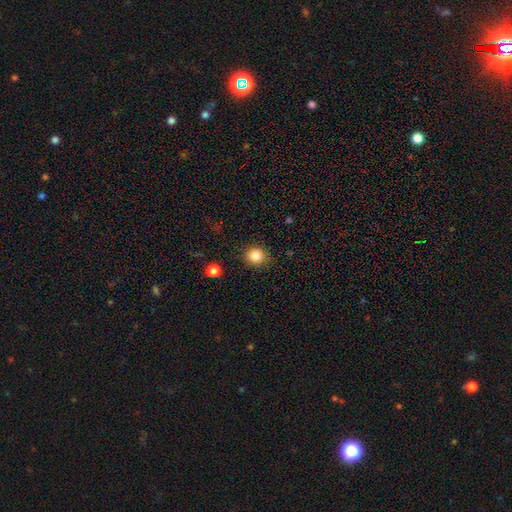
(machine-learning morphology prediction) This is clearly a smooth galaxy (84%). How rounded: clearly round (82%). Merging: clearly none (88%).